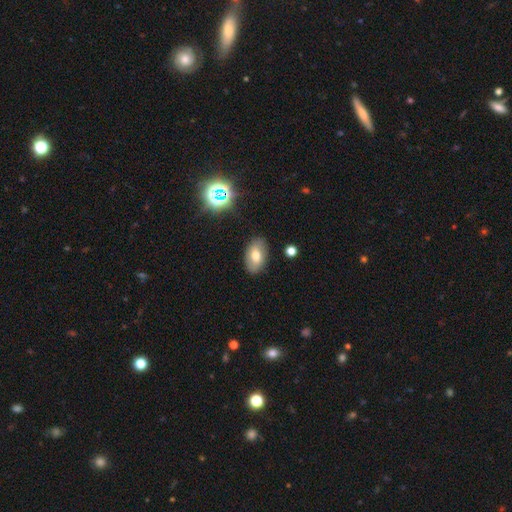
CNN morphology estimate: Smooth or featured? Predicted: smooth (p=0.67). How rounded? Predicted: in between (p=0.90). Merging? Predicted: none (p=0.85).